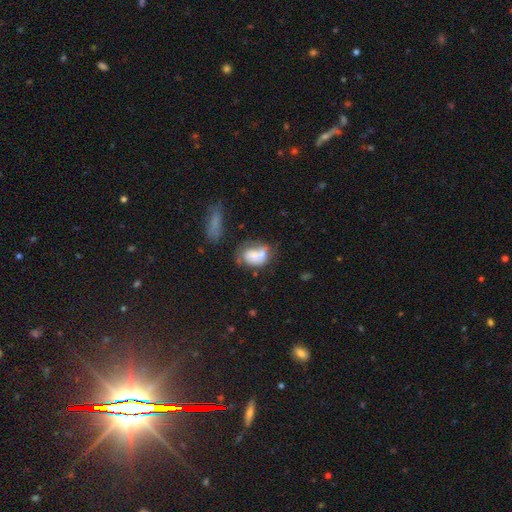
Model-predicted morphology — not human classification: A smooth galaxy with no disk features (59%) that is in between round and cigar-shaped (74%).

Vote fractions:
- Smooth or featured? smooth: 59% / featured or disk: 32% / star or artifact: 8%
- How rounded? in between: 74% / round: 24% / cigar-shaped: 2%
- Merging? merger: 39% / none: 28% / minor disturbance: 19% / major disturbance: 14%